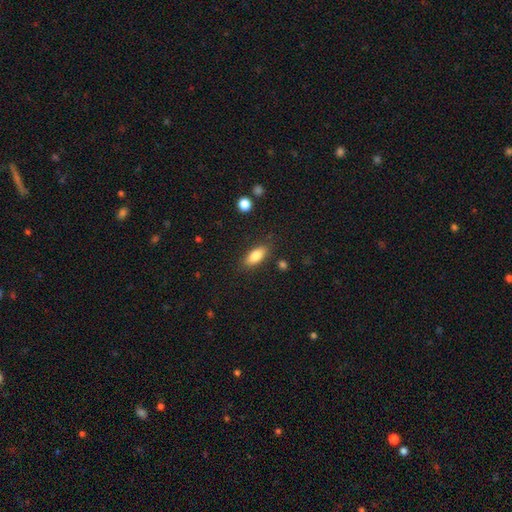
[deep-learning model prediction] A smooth galaxy with no disk features (82%) that is in between round and cigar-shaped (82%). Merging: none (83%).